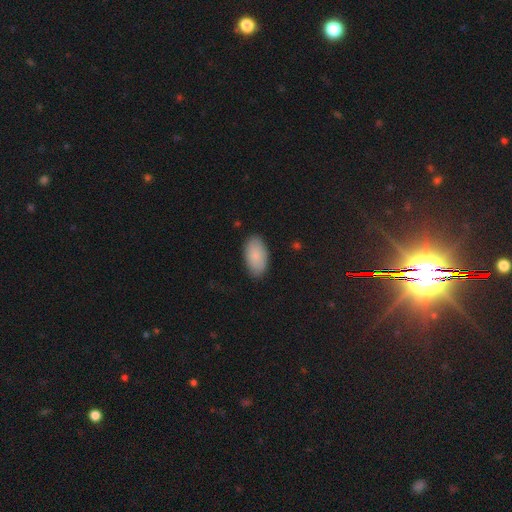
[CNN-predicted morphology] This is clearly a smooth galaxy (84%). How rounded: clearly in between (95%). Merging: clearly none (84%).